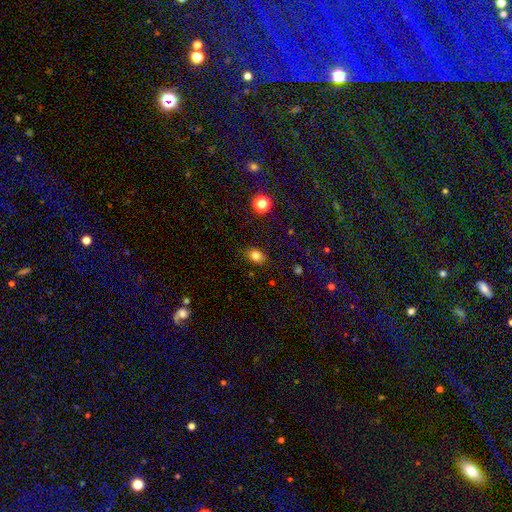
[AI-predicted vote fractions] Q: Smooth or featured?
A: smooth (81%); runner-up: star or artifact (13%)
Q: How rounded?
A: in between (63%); runner-up: round (35%)
Q: Merging?
A: none (85%); runner-up: minor disturbance (11%)